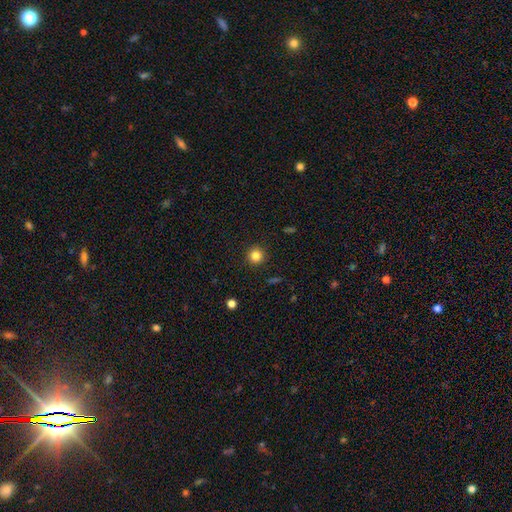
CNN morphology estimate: Smooth or featured: smooth — 83% (star or artifact — 12%)
How rounded: round — 95% (in between — 4%)
Merging: none — 92% (minor disturbance — 5%)